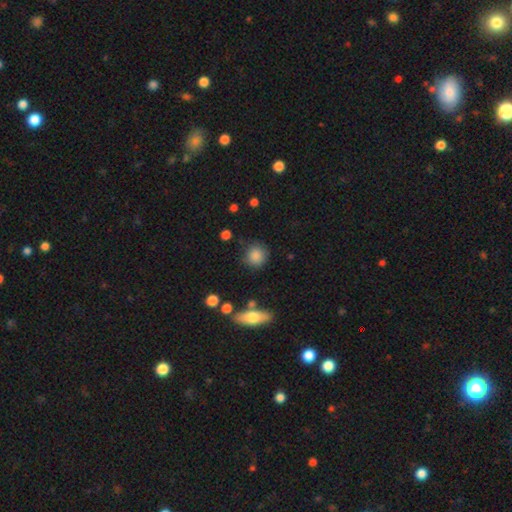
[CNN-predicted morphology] smooth 85%, star or artifact 9%, featured or disk 7%. Down the decision tree: how rounded — round (88%); merging — none (80%).